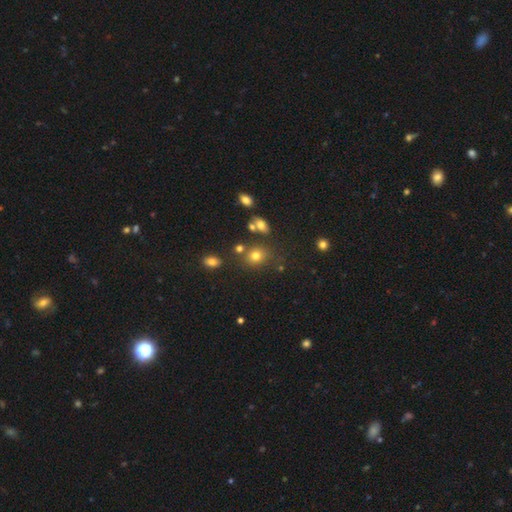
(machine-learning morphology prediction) A smooth galaxy with no disk features (73%) that is round (62%). Merging: none (70%).